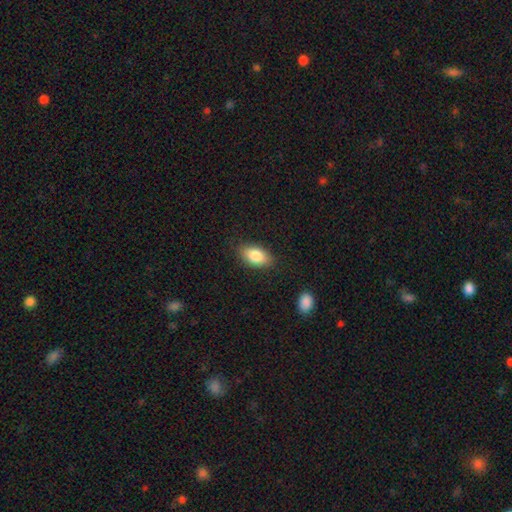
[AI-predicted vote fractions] This is clearly a smooth galaxy (85%). How rounded: clearly in between (91%). Merging: clearly none (84%).